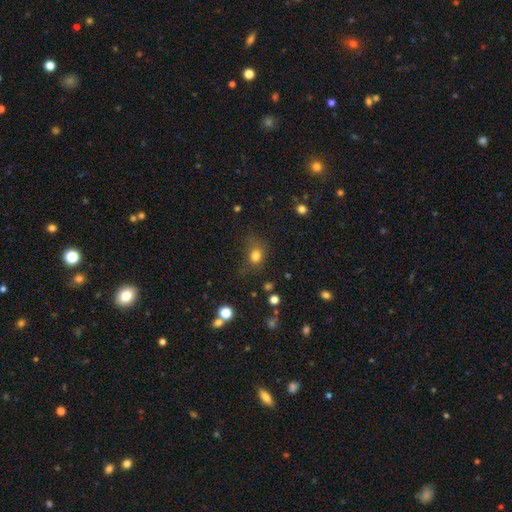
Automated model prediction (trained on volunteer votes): Smooth or featured?
  - smooth: 79% *
  - star or artifact: 13%
  - featured or disk: 8%
How rounded?
  - in between: 50% *
  - round: 49%
  - cigar-shaped: 1%
Merging?
  - none: 62% *
  - minor disturbance: 23%
  - major disturbance: 12%
  - merger: 3%